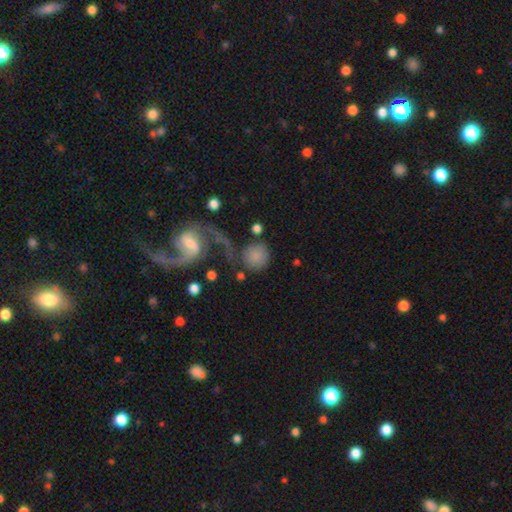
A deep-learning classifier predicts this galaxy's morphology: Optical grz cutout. It shows a smooth galaxy with no disk features (71%) that is round (88%). Merging: none (59%).